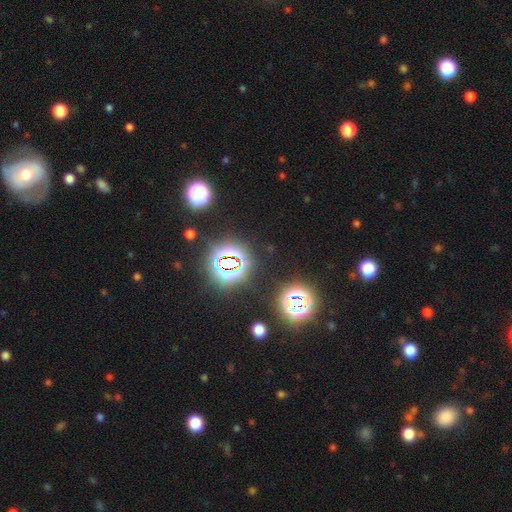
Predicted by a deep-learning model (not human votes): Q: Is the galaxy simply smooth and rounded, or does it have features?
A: star or artifact — 79%.